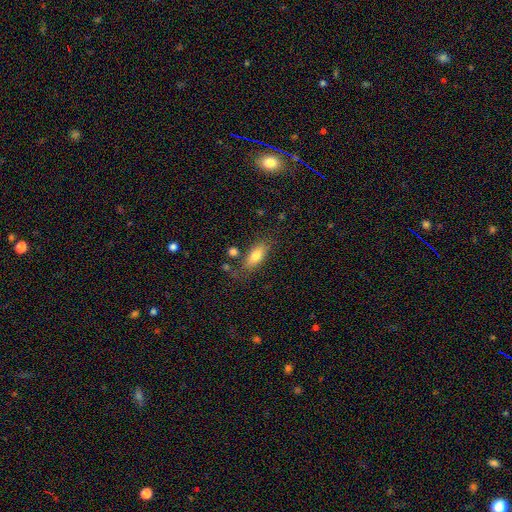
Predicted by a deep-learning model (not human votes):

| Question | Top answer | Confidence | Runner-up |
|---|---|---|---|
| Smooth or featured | smooth | 75% | featured or disk (17%) |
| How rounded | in between | 77% | cigar-shaped (20%) |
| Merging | none | 73% | minor disturbance (16%) |